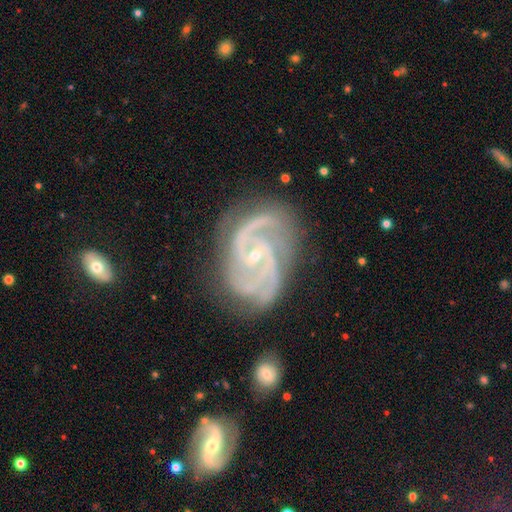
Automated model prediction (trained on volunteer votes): The model was most divided on "spiral winding": medium: 50%, tight: 41%, loose: 9%. Remaining: spiral arms — yes (98%); edge-on disk — no (98%); smooth or featured — featured or disk (92%); bulge size — small (80%); merging — none (67%); bar — no (52%); spiral arm count — 2 (43%).